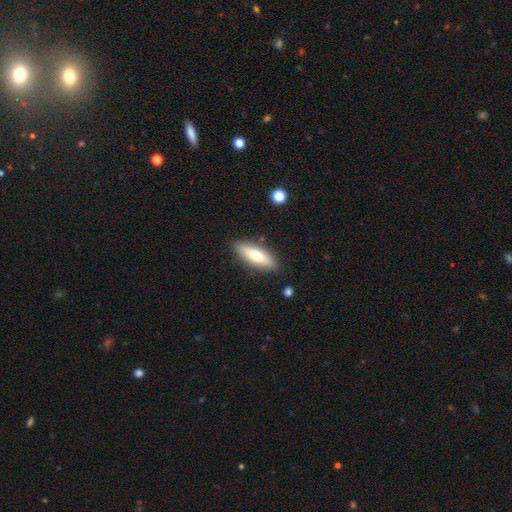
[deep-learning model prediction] smooth 59%, featured or disk 35%, star or artifact 6%. Down the decision tree: how rounded — cigar-shaped (50%); merging — none (86%).